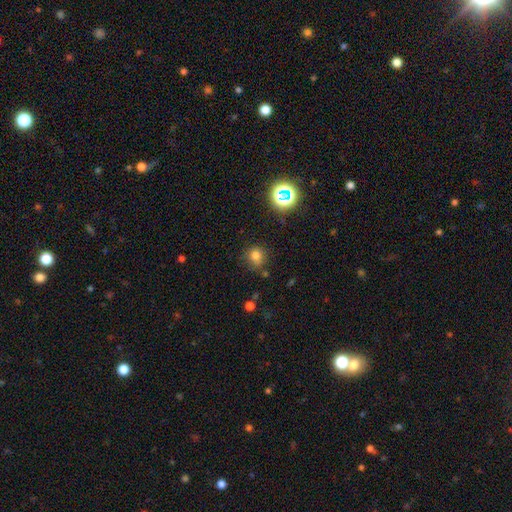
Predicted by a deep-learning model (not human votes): Morphology: type=smooth (75%); roundness=round (85%); merging=none (77%).